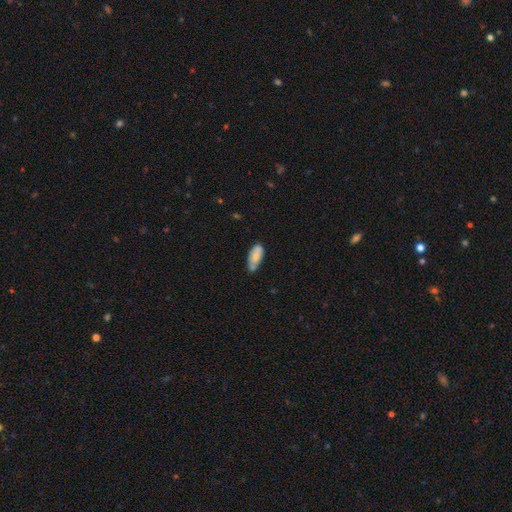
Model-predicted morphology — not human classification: Smooth or featured? smooth (70%)
How rounded? in between (83%)
Merging? none (55%)